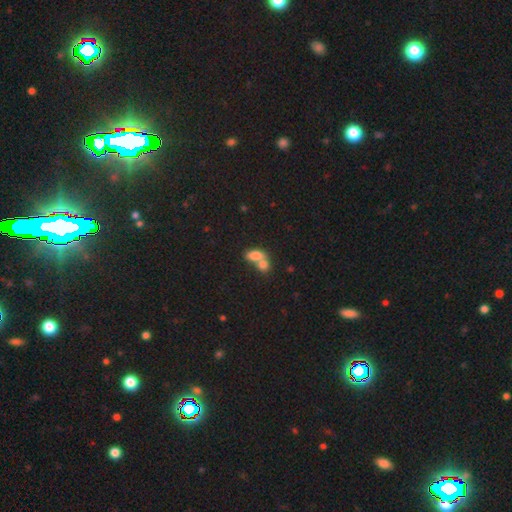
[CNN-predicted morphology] Smooth or featured? smooth (77%)
How rounded? in between (81%)
Merging? merger (69%)